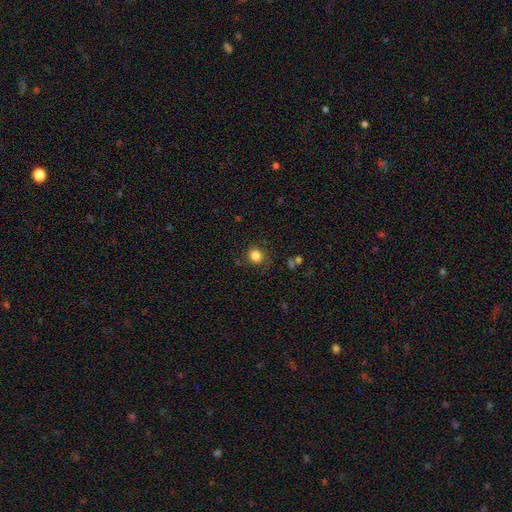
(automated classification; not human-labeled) A smooth galaxy with no disk features (84%) that is round (87%). Merging: none (86%).